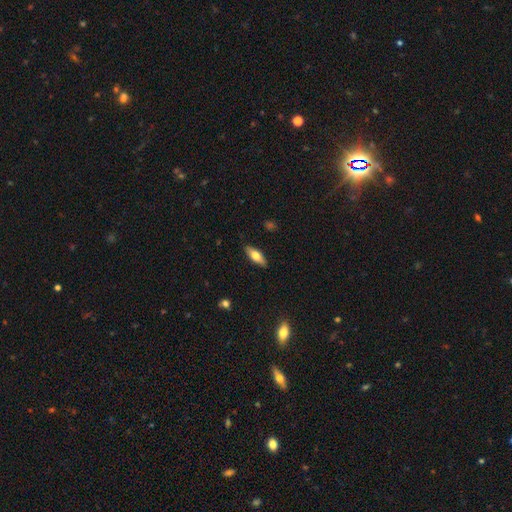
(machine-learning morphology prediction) A smooth galaxy with no disk features (59%) that is in between round and cigar-shaped (65%). Merging: none (87%).